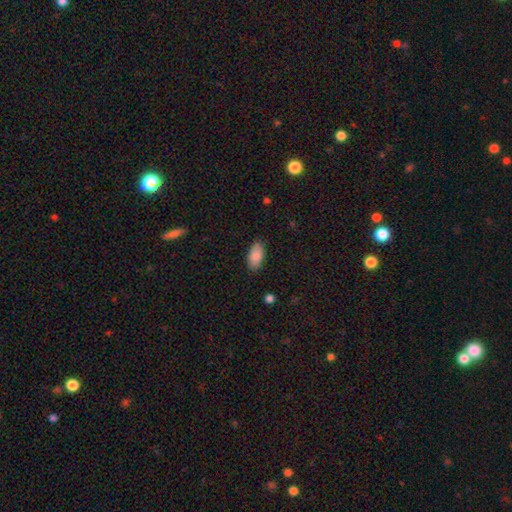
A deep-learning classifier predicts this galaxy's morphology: The model was most divided on "merging": none: 85%, minor disturbance: 11%, major disturbance: 2%, merger: 1%. More confident: how rounded — in between (93%); smooth or featured — smooth (87%).